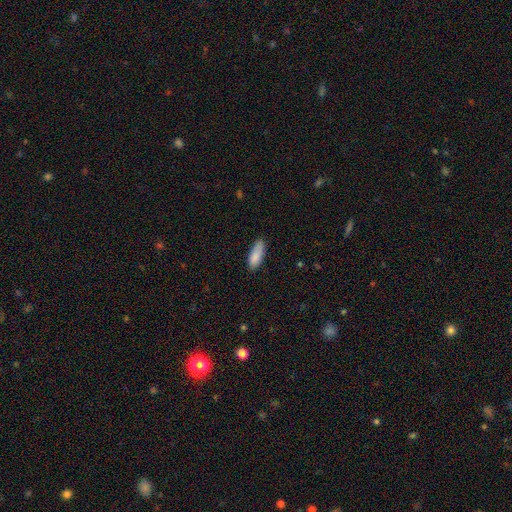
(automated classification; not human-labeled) This appears to be a smooth galaxy with no disk features (87%) that is in between round and cigar-shaped (68%). Merging: none (76%).